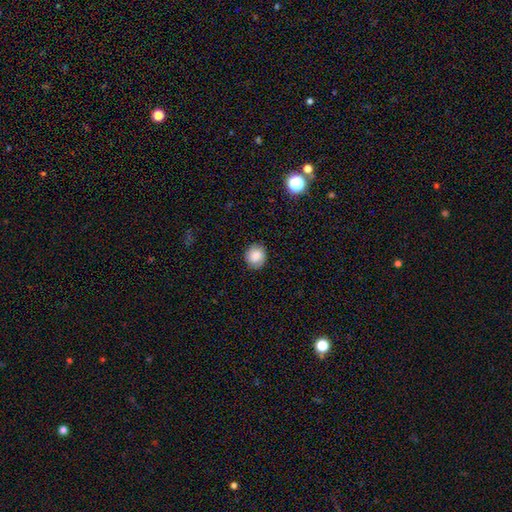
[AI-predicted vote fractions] The model was most divided on "how rounded": round: 82%, in between: 17%, cigar-shaped: 1%. More confident: merging — none (86%); smooth or featured — smooth (82%).